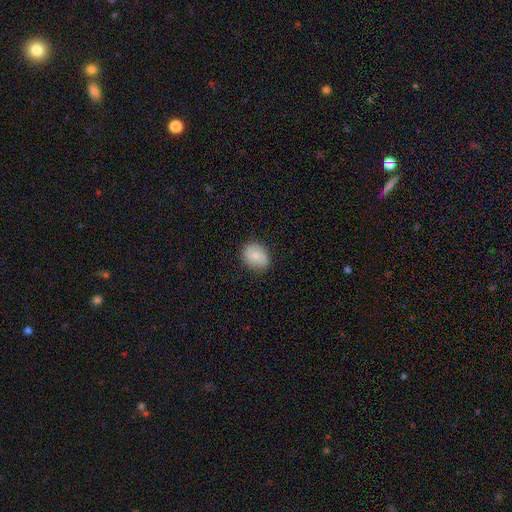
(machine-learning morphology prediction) type=smooth (80%); roundness=round (52%); merging=none (81%).